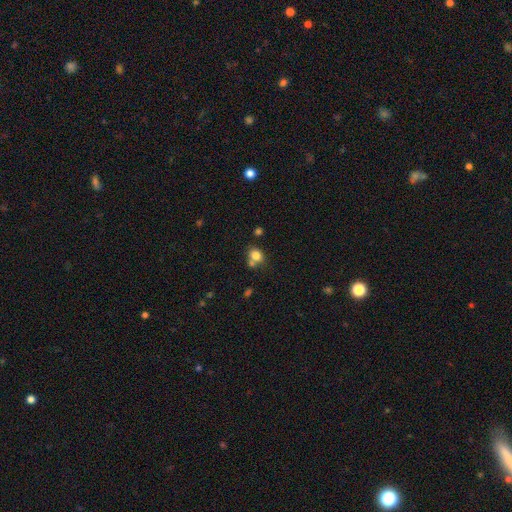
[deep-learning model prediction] Smooth or featured?
  - smooth: 80% *
  - star or artifact: 12%
  - featured or disk: 8%
How rounded?
  - round: 62% *
  - in between: 37%
  - cigar-shaped: 1%
Merging?
  - none: 56% *
  - merger: 27%
  - minor disturbance: 12%
  - major disturbance: 4%